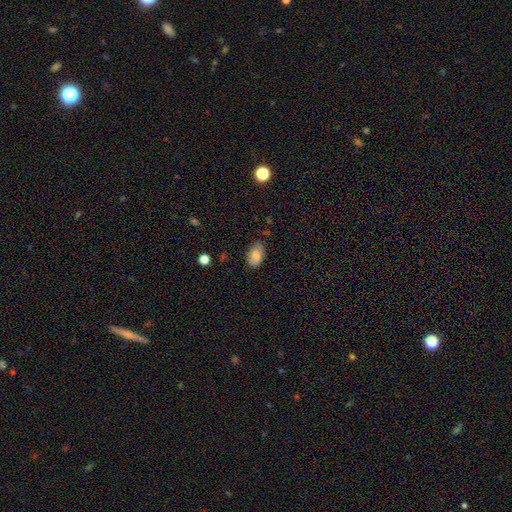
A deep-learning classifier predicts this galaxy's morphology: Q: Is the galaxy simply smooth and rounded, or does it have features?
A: smooth — 81%.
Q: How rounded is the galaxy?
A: in between — 92%.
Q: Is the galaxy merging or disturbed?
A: none — 76%.